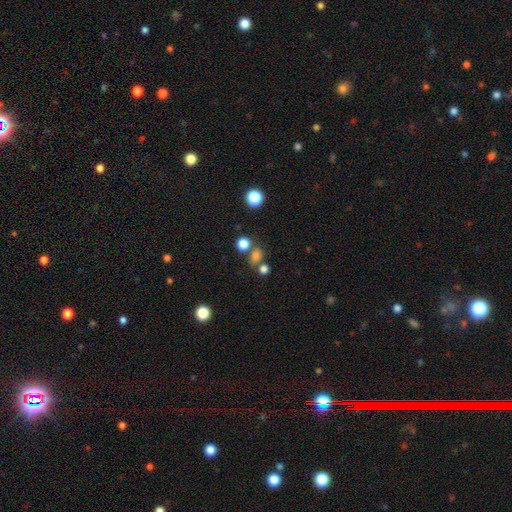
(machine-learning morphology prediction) smooth-or-featured: smooth: 74% | star or artifact: 19% | featured or disk: 7%
  how-rounded: round: 59% | in between: 40% | cigar-shaped: 1%
  merging: none: 59% | merger: 24% | minor disturbance: 12% | major disturbance: 6%